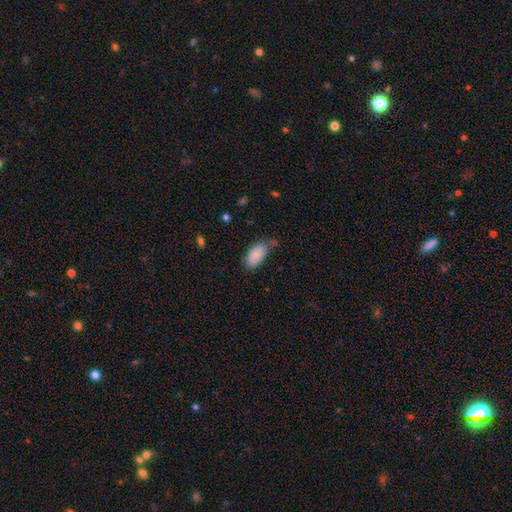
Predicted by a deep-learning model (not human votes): Smooth or featured? smooth (84%)
How rounded? in between (94%)
Merging? none (61%)